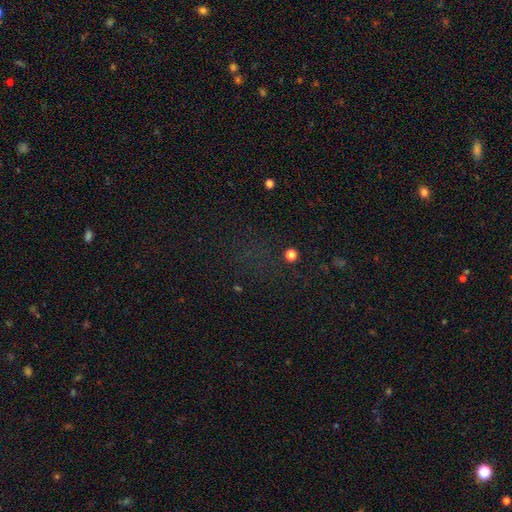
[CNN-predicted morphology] smooth-or-featured: star or artifact: 65% | smooth: 24% | featured or disk: 11%